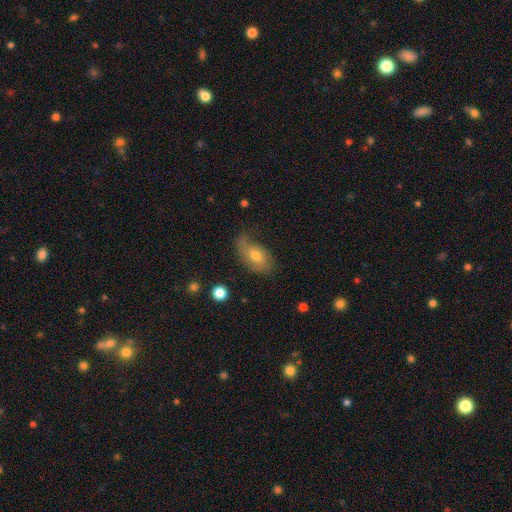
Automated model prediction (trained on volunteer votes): Smooth or featured?
  - smooth: 58% *
  - featured or disk: 34%
  - star or artifact: 9%
How rounded?
  - in between: 88% *
  - round: 9%
  - cigar-shaped: 3%
Merging?
  - none: 46% *
  - minor disturbance: 33%
  - major disturbance: 18%
  - merger: 2%